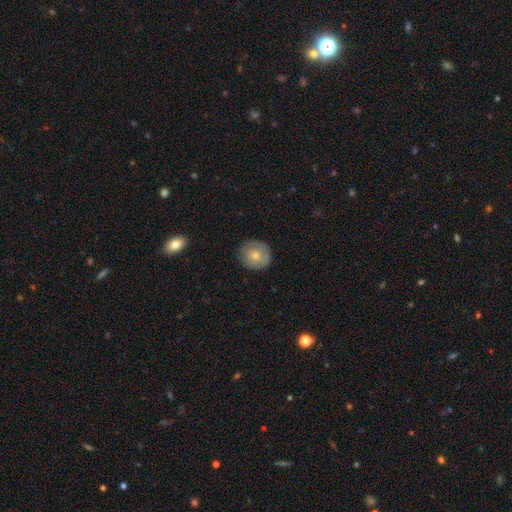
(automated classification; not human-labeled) Smooth or featured?
  - smooth: 67% *
  - featured or disk: 26%
  - star or artifact: 7%
How rounded?
  - round: 90% *
  - in between: 9%
  - cigar-shaped: 1%
Merging?
  - none: 83% *
  - minor disturbance: 13%
  - major disturbance: 3%
  - merger: 1%